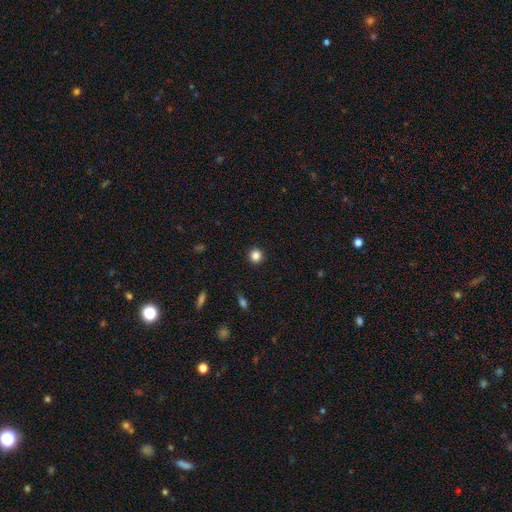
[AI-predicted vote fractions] Smooth or featured? smooth (85%)
How rounded? round (94%)
Merging? none (92%)